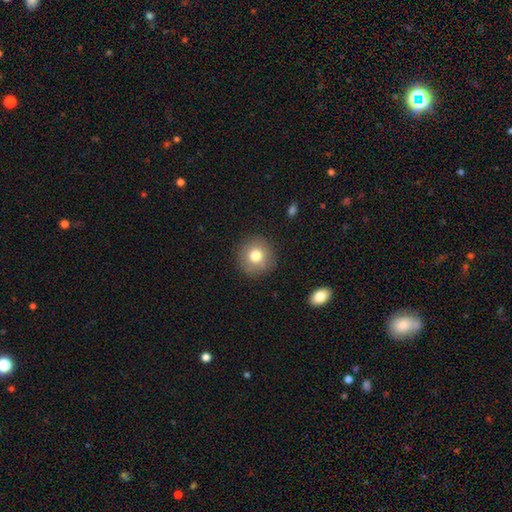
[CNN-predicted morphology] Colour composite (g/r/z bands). It shows a smooth galaxy with no disk features (76%) that is round (94%). Merging: none (89%).